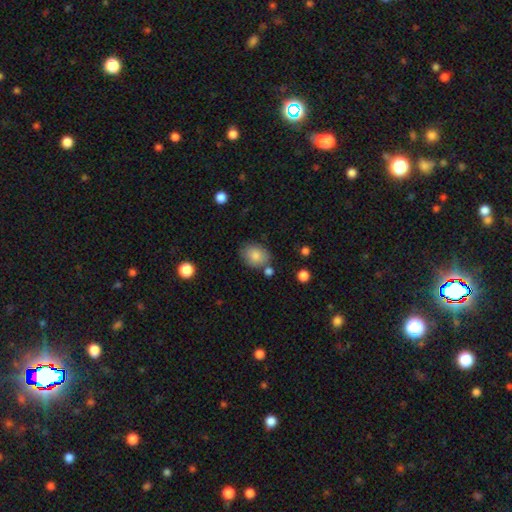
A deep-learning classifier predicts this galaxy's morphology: The model was most divided on "how rounded": in between: 57%, round: 42%, cigar-shaped: 1%. More confident: smooth or featured — smooth (83%); merging — none (72%).